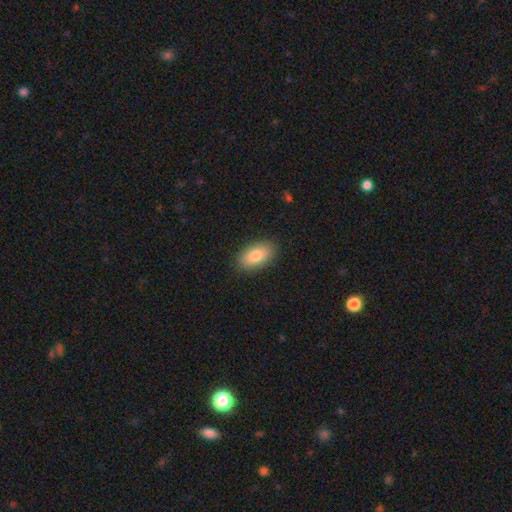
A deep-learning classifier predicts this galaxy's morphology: Smooth or featured? smooth (81%)
How rounded? in between (93%)
Merging? none (88%)